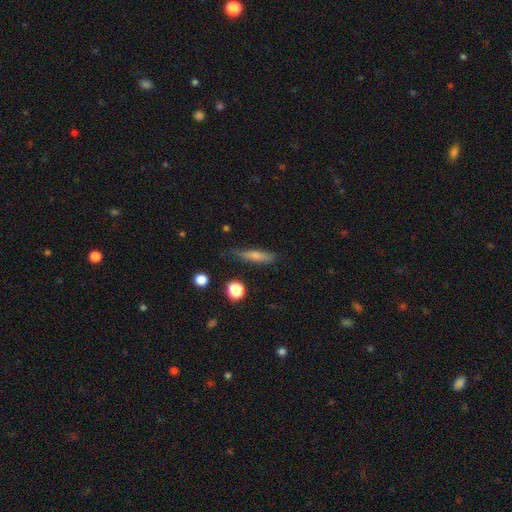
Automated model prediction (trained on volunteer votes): Q: Smooth or featured?
A: smooth (65%); runner-up: featured or disk (26%)
Q: How rounded?
A: cigar-shaped (78%); runner-up: in between (18%)
Q: Merging?
A: none (74%); runner-up: minor disturbance (20%)